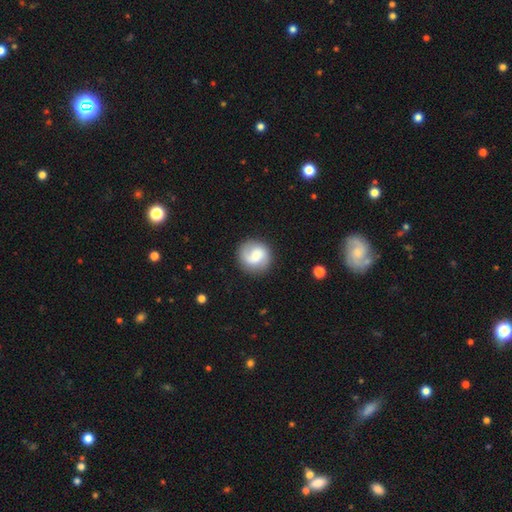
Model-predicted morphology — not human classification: This is possibly a smooth galaxy (56%). How rounded: clearly round (90%). Merging: clearly none (81%).